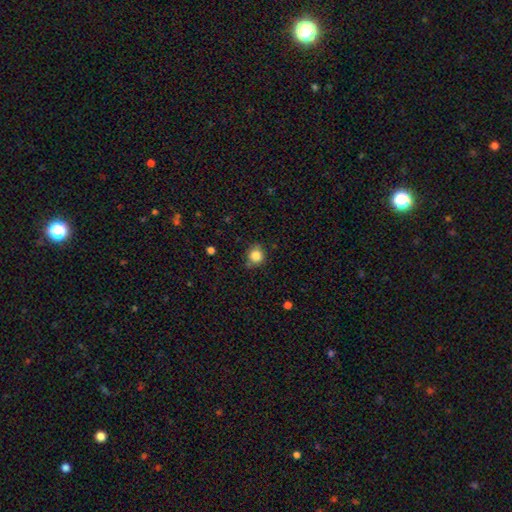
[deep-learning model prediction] smooth_or_featured: smooth (p=0.84) [alt: star or artifact p=0.11]
how_rounded: round (p=0.85) [alt: in between p=0.14]
merging: none (p=0.76) [alt: minor disturbance p=0.17]